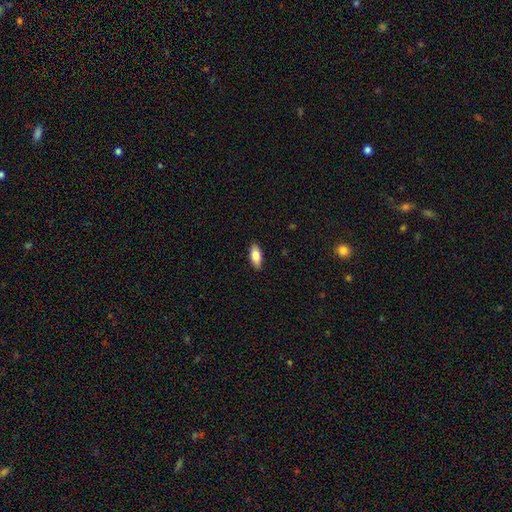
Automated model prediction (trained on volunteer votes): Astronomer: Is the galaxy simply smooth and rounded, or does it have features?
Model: smooth — 80%.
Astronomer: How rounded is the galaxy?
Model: in between — 84%.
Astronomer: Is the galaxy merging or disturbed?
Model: none — 89%.